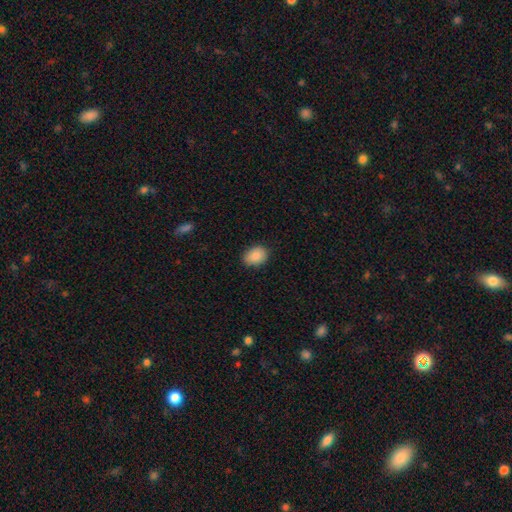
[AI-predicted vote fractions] Q: Smooth or featured?
A: smooth (88%); runner-up: star or artifact (8%)
Q: How rounded?
A: in between (66%); runner-up: round (33%)
Q: Merging?
A: none (82%); runner-up: minor disturbance (15%)